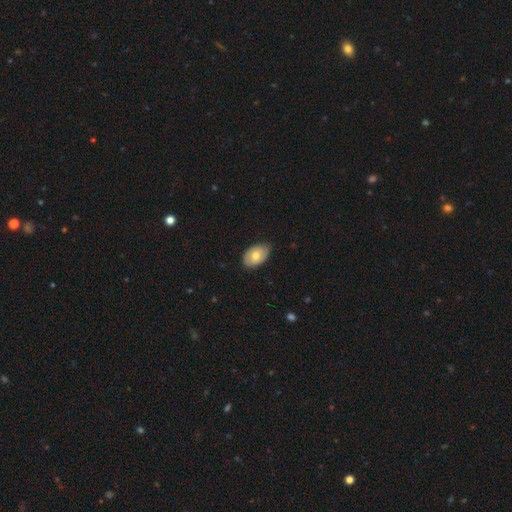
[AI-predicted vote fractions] This appears to be a smooth galaxy with no disk features (67%) that is in between round and cigar-shaped (89%). Merging: none (76%).